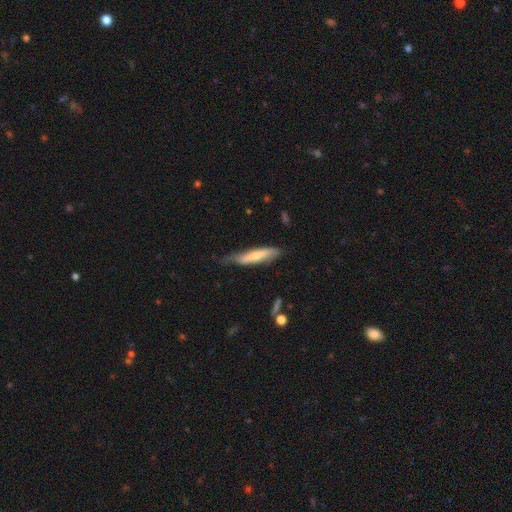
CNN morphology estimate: The model was most divided on "merging": none: 49%, minor disturbance: 38%, major disturbance: 11%, merger: 2%. More confident: how rounded — cigar-shaped (80%); smooth or featured — smooth (58%).